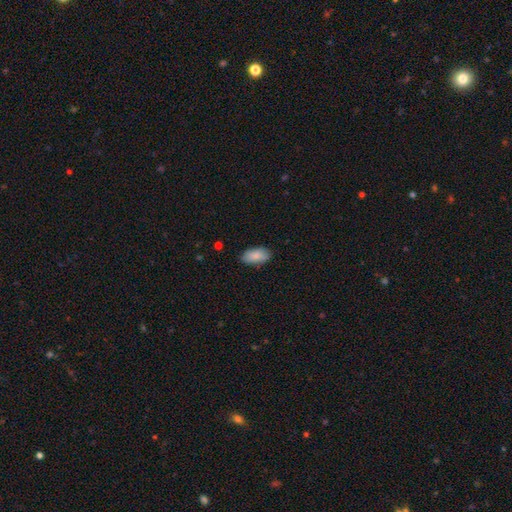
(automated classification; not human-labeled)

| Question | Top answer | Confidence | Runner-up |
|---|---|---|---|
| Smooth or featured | smooth | 87% | featured or disk (7%) |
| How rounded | in between | 93% | cigar-shaped (5%) |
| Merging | none | 84% | minor disturbance (13%) |